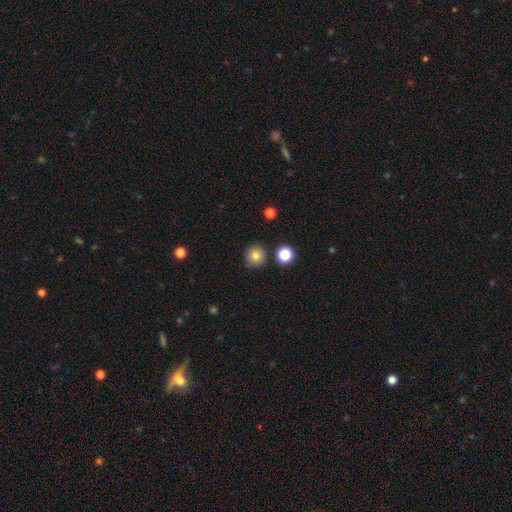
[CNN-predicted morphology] Smooth or featured?
  - smooth: 81% *
  - star or artifact: 12%
  - featured or disk: 7%
How rounded?
  - round: 92% *
  - in between: 7%
  - cigar-shaped: 1%
Merging?
  - none: 86% *
  - minor disturbance: 8%
  - merger: 4%
  - major disturbance: 2%